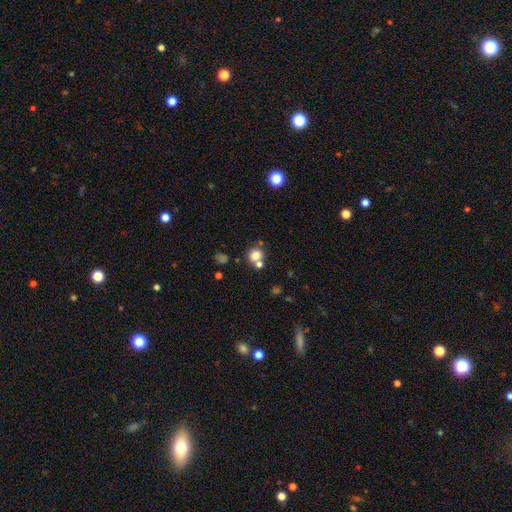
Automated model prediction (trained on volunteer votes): A smooth galaxy with no disk features (78%) that is round (82%).

Vote fractions:
- Smooth or featured? smooth: 78% / star or artifact: 14% / featured or disk: 8%
- How rounded? round: 82% / in between: 17% / cigar-shaped: 1%
- Merging? none: 58% / merger: 28% / minor disturbance: 9% / major disturbance: 4%